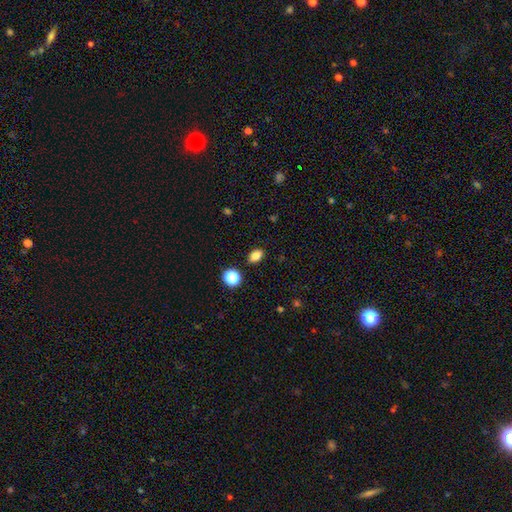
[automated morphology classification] smooth 83%, star or artifact 12%, featured or disk 5%. Down the decision tree: how rounded — in between (79%); merging — none (87%).